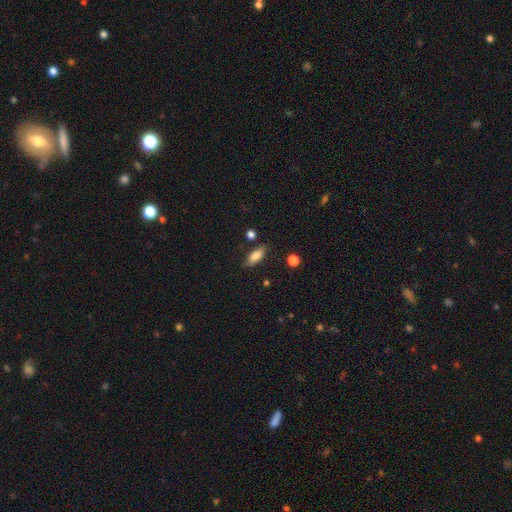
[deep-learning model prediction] smooth_or_featured: smooth (p=0.80) [alt: featured or disk p=0.12]
how_rounded: in between (p=0.72) [alt: cigar-shaped p=0.25]
merging: none (p=0.81) [alt: minor disturbance p=0.14]